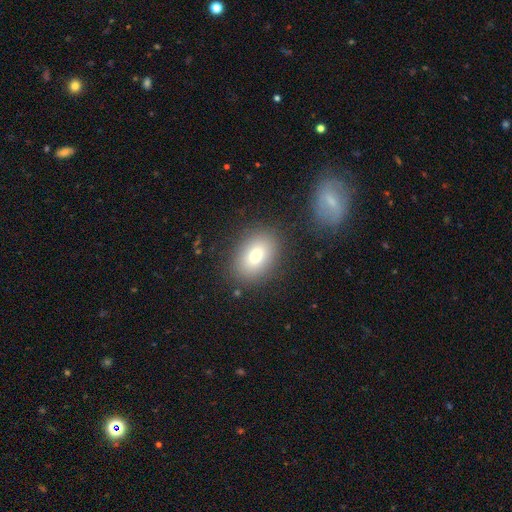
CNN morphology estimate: smooth-or-featured: smooth: 74% | featured or disk: 14% | star or artifact: 11%
  how-rounded: in between: 70% | round: 29% | cigar-shaped: 1%
  merging: none: 84% | minor disturbance: 9% | major disturbance: 4% | merger: 3%